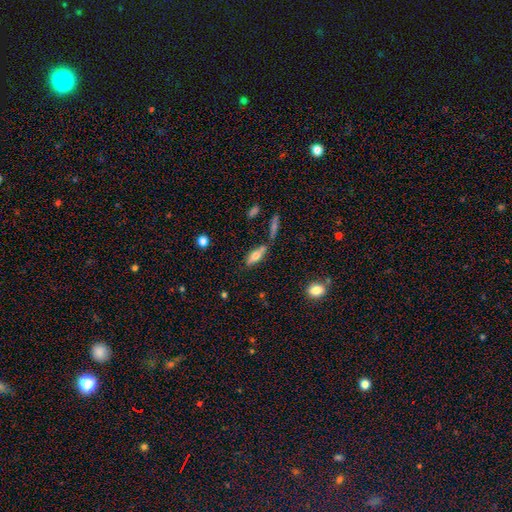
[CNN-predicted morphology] This appears to be a smooth galaxy with no disk features (67%) that is in between round and cigar-shaped (66%). Merging: none (55%).